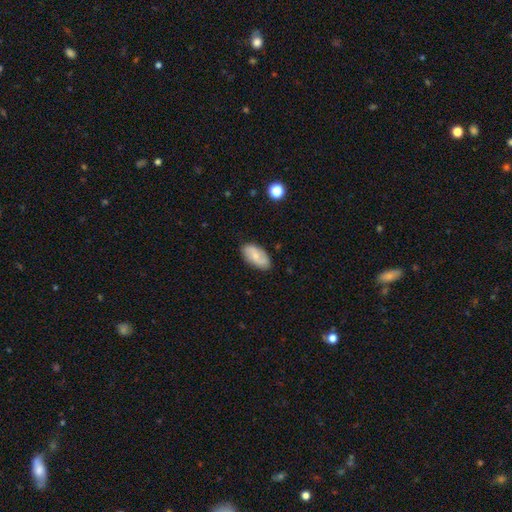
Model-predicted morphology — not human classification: Smooth or featured? smooth (51%)
How rounded? in between (92%)
Merging? none (83%)